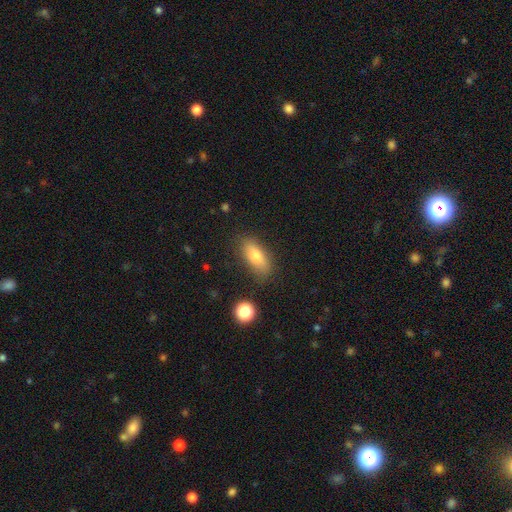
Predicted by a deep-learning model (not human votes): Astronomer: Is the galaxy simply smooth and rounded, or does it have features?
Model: smooth — 74%.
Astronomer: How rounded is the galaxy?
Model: in between — 74%.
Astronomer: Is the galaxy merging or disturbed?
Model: none — 81%.